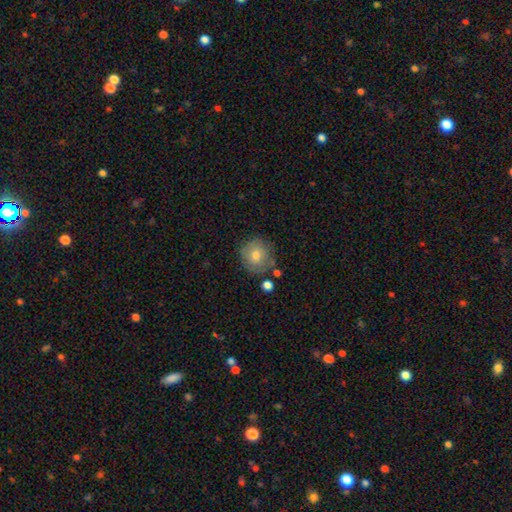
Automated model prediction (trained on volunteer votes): The model was most divided on "smooth or featured": smooth: 73%, featured or disk: 18%, star or artifact: 9%. More confident: how rounded — round (90%); merging — none (75%).